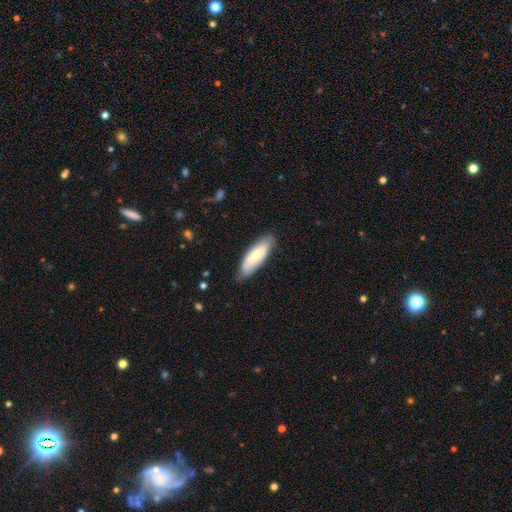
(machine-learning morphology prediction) type=smooth (68%); roundness=in between (61%); merging=none (78%).